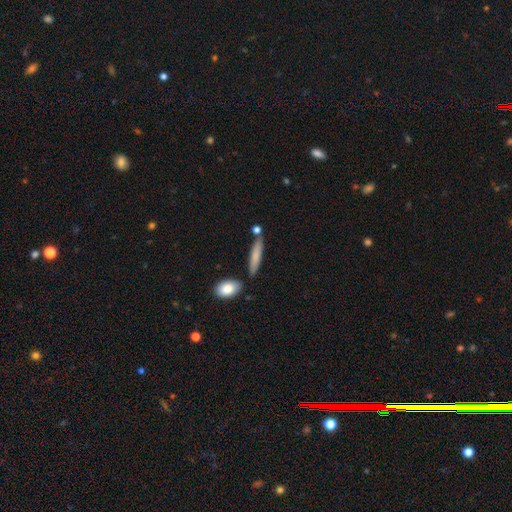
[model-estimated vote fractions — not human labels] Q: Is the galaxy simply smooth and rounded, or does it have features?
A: smooth — 75%.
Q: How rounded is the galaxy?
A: cigar-shaped — 83%.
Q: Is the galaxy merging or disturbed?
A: none — 77%.